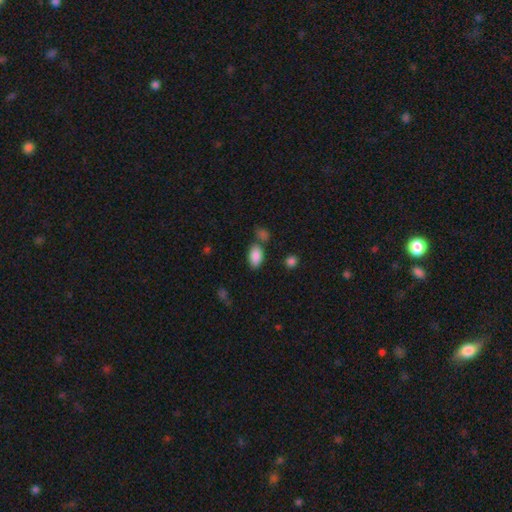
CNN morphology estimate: smooth-or-featured: smooth: 87% | star or artifact: 8% | featured or disk: 5%
  how-rounded: in between: 93% | round: 5% | cigar-shaped: 2%
  merging: none: 68% | minor disturbance: 14% | merger: 14% | major disturbance: 4%